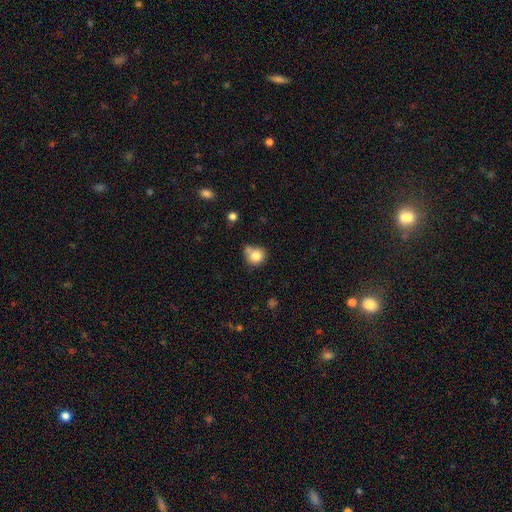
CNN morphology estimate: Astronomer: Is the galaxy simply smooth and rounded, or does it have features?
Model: smooth — 81%.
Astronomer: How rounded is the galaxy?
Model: round — 85%.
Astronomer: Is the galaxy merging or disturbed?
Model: none — 57%.